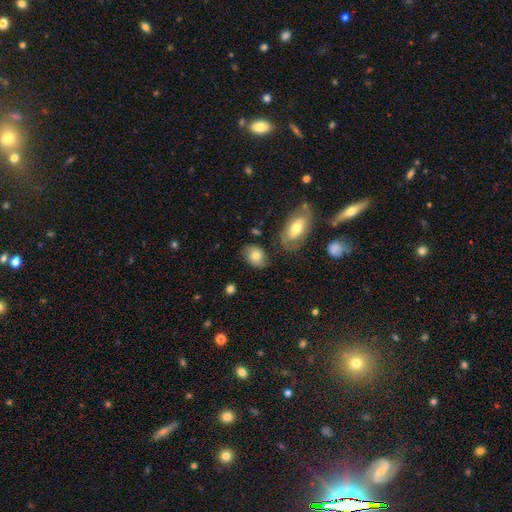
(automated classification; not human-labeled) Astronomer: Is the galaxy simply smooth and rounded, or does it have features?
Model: smooth — 72%.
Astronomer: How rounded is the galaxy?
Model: in between — 75%.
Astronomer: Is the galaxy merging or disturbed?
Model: none — 72%.